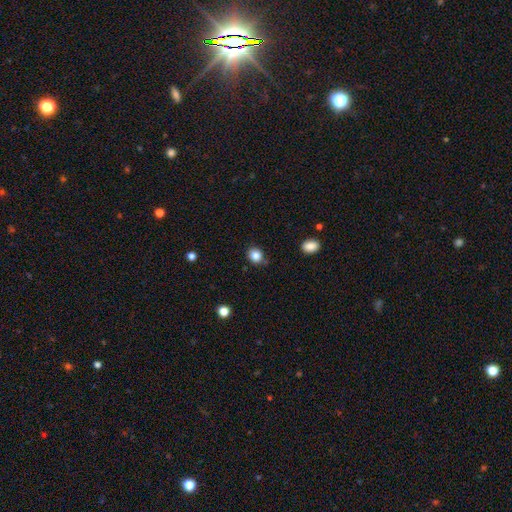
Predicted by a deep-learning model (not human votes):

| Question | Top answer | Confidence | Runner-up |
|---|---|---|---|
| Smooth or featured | smooth | 84% | star or artifact (11%) |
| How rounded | round | 74% | in between (25%) |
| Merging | none | 82% | minor disturbance (12%) |